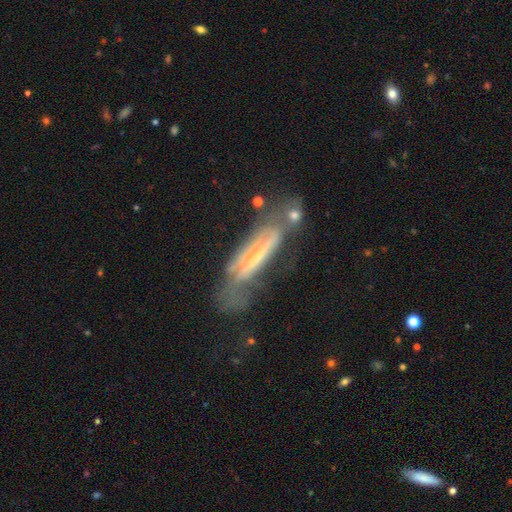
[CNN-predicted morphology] Smooth or featured? Predicted: featured or disk (p=0.68). Edge-on disk? Predicted: yes (p=0.51). Merging? Predicted: none (p=0.41).